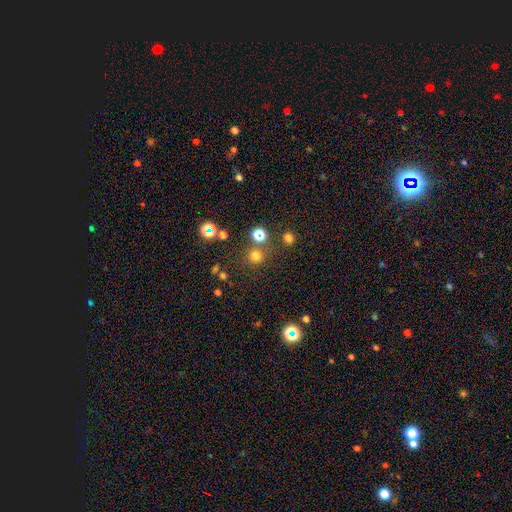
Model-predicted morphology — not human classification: This is likely a smooth galaxy (69%). How rounded: clearly round (92%). Merging: likely none (79%).